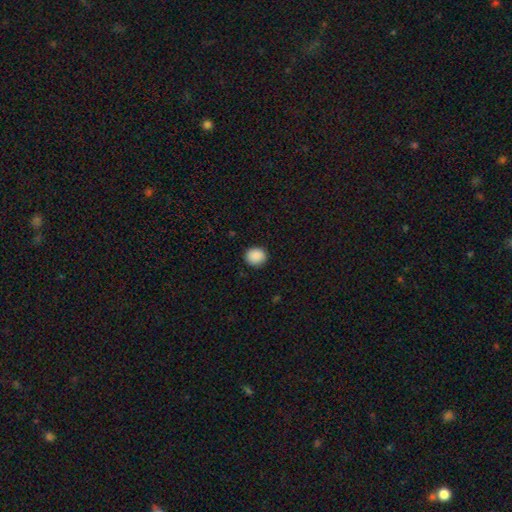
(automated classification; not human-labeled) smooth 90%, star or artifact 8%, featured or disk 2%. Down the decision tree: how rounded — round (79%); merging — none (90%).